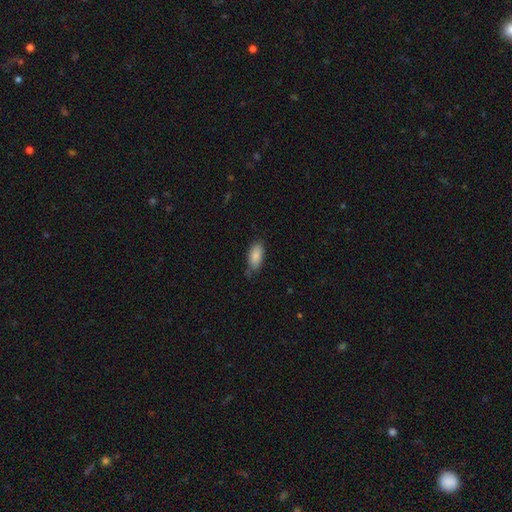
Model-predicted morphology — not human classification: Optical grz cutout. It shows a smooth galaxy with no disk features (87%) that is in between round and cigar-shaped (89%). Merging: none (71%).